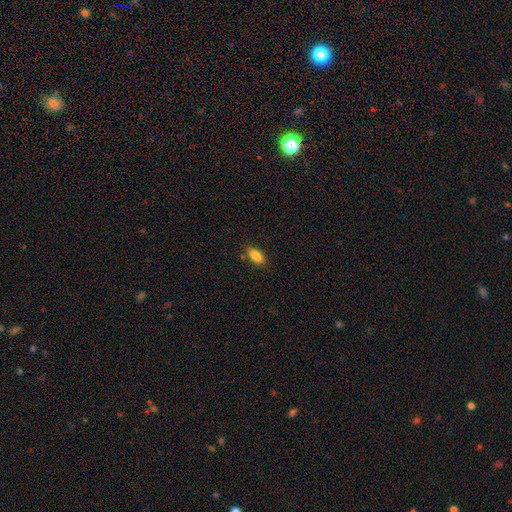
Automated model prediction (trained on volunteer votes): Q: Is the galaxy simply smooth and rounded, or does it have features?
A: smooth — 85%.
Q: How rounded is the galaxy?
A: in between — 87%.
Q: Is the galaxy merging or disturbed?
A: none — 82%.